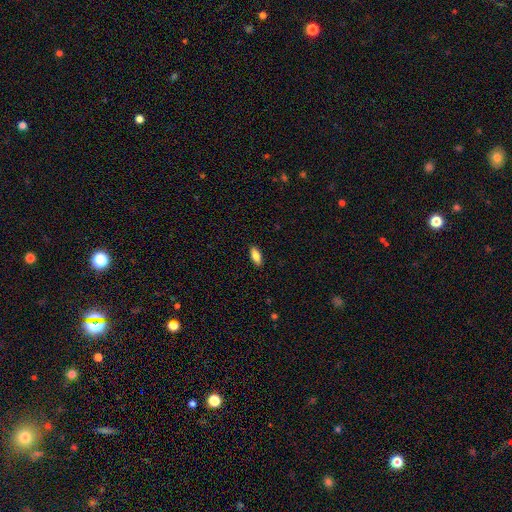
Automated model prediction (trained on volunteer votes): Smooth or featured? Predicted: smooth (p=0.84). How rounded? Predicted: in between (p=0.83). Merging? Predicted: none (p=0.89).